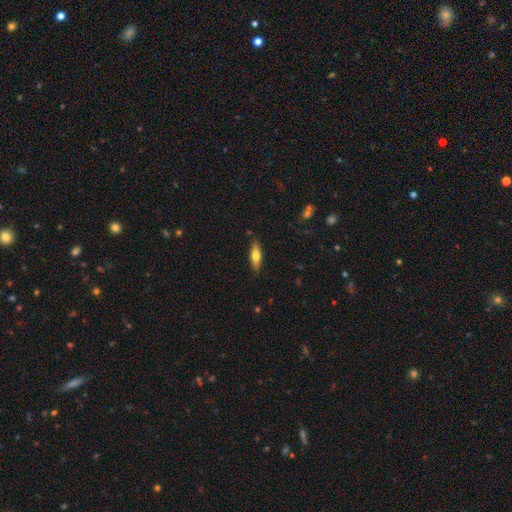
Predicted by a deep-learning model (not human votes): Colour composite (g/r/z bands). It shows a smooth galaxy with no disk features (61%) that is cigar-shaped (53%). Merging: none (87%).